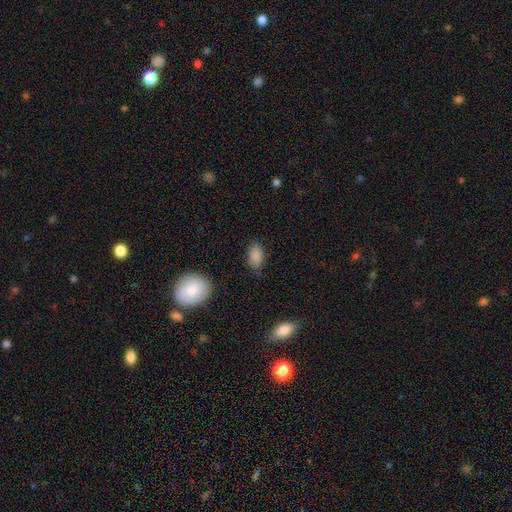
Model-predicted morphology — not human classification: type=smooth (86%); roundness=in between (92%); merging=none (79%).